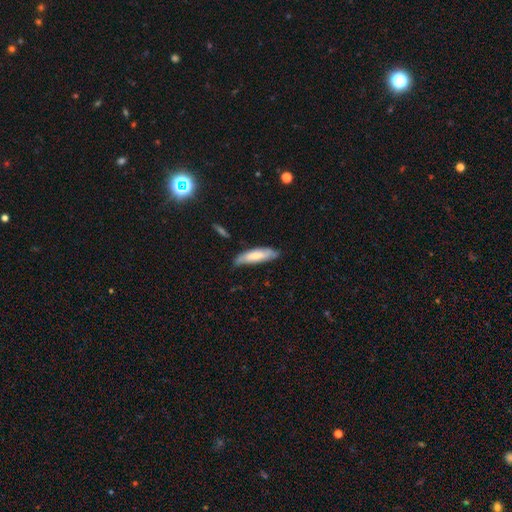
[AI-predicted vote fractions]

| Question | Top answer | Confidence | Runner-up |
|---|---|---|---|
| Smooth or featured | smooth | 67% | featured or disk (27%) |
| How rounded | cigar-shaped | 62% | in between (37%) |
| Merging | none | 70% | minor disturbance (24%) |